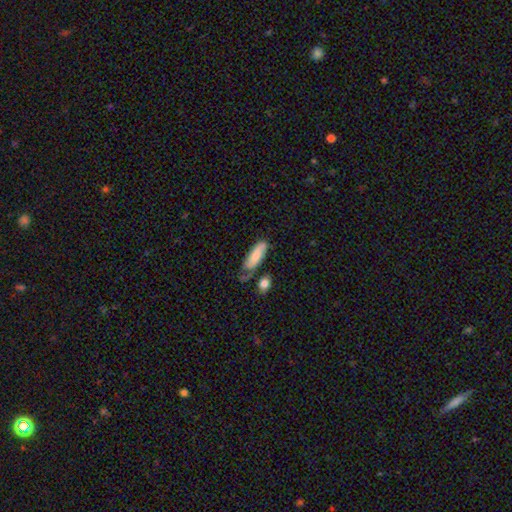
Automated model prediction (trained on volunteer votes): Smooth or featured?
  - smooth: 75% *
  - featured or disk: 19%
  - star or artifact: 6%
How rounded?
  - in between: 64% *
  - cigar-shaped: 34%
  - round: 2%
Merging?
  - none: 53% *
  - minor disturbance: 26%
  - merger: 11%
  - major disturbance: 10%